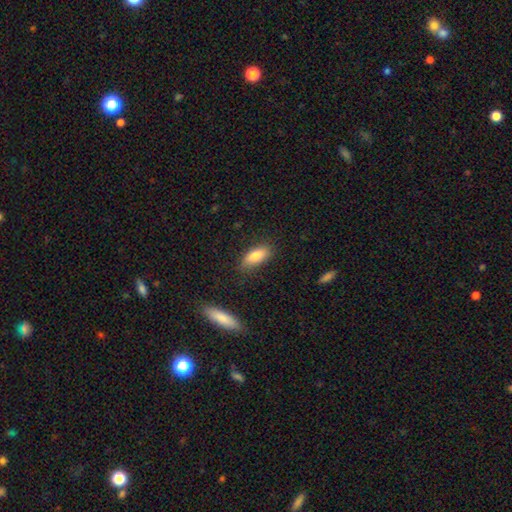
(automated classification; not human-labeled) Morphology: type=smooth (82%); roundness=in between (82%); merging=none (80%).